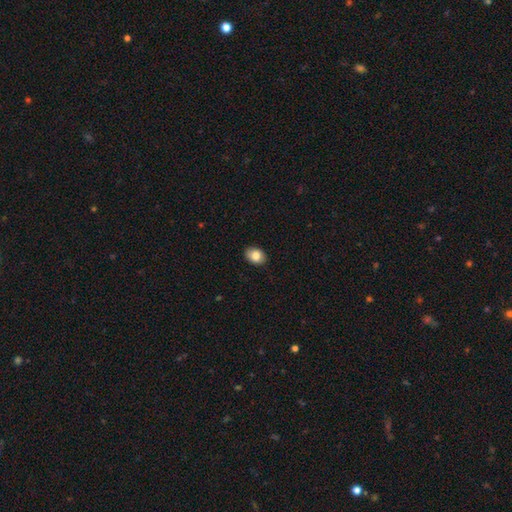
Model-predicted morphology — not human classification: Smooth or featured? smooth (83%)
How rounded? in between (71%)
Merging? none (88%)